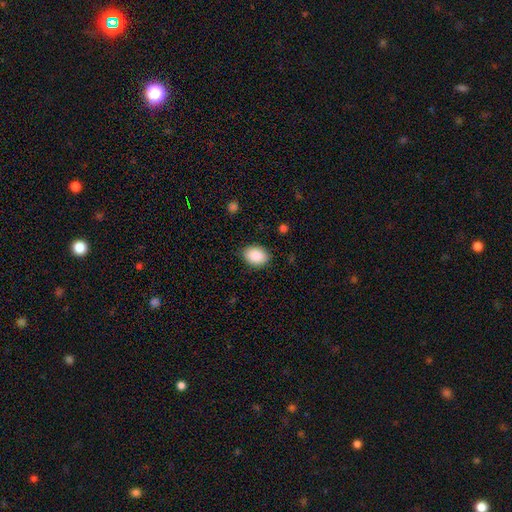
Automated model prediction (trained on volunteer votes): The model was most divided on "how rounded": in between: 71%, round: 28%, cigar-shaped: 1%. More confident: smooth or featured — smooth (89%); merging — none (85%).